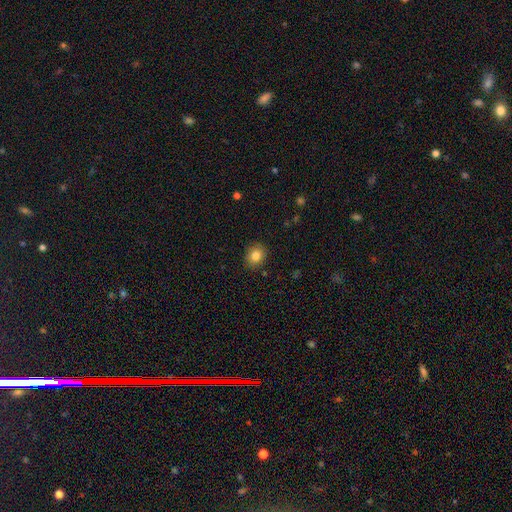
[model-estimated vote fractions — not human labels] Morphology: type=smooth (83%); roundness=round (70%); merging=none (88%).